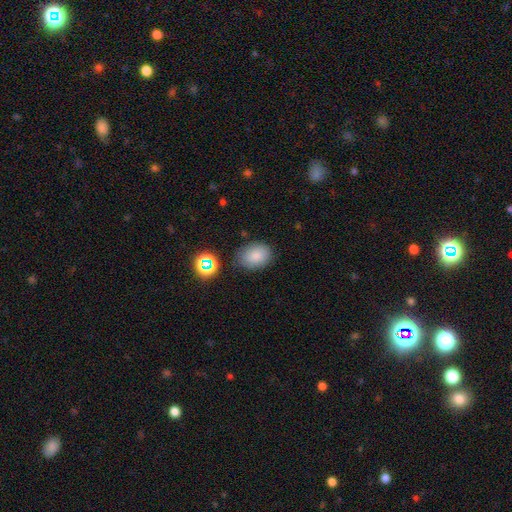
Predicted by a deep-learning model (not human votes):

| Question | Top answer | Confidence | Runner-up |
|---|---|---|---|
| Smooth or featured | smooth | 81% | star or artifact (12%) |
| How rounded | in between | 68% | round (31%) |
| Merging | none | 79% | minor disturbance (13%) |